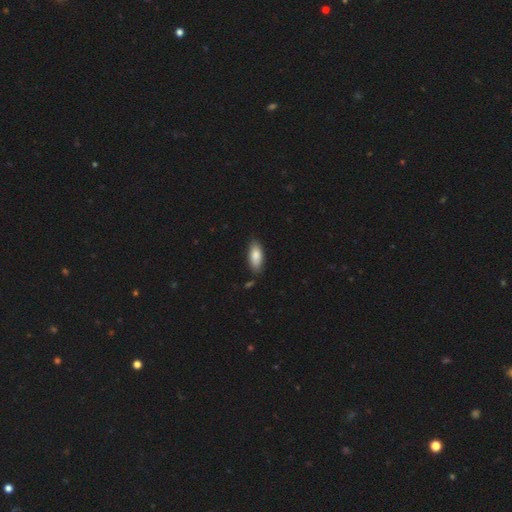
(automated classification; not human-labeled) Q: Smooth or featured?
A: smooth (85%); runner-up: featured or disk (10%)
Q: How rounded?
A: in between (81%); runner-up: cigar-shaped (18%)
Q: Merging?
A: none (81%); runner-up: minor disturbance (14%)